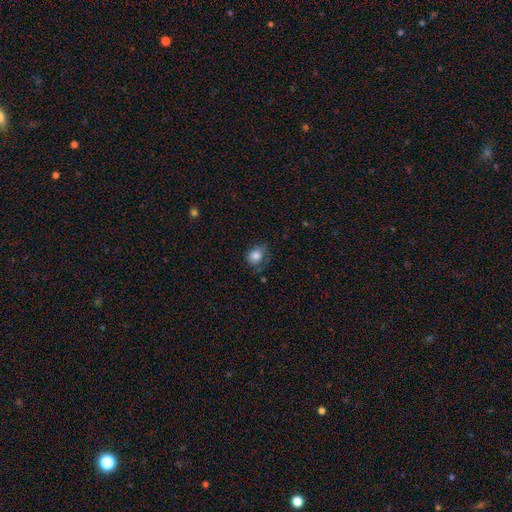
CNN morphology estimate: smooth-or-featured: smooth: 81% | star or artifact: 10% | featured or disk: 9%
  how-rounded: round: 66% | in between: 33% | cigar-shaped: 1%
  merging: none: 63% | minor disturbance: 26% | major disturbance: 8% | merger: 3%